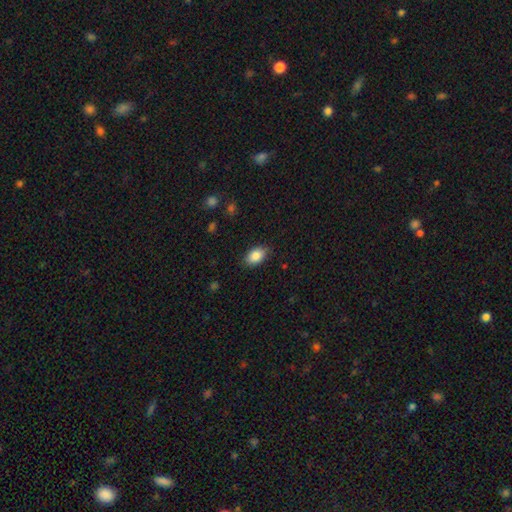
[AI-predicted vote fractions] smooth_or_featured: smooth (p=0.87) [alt: star or artifact p=0.07]
how_rounded: in between (p=0.89) [alt: round p=0.09]
merging: none (p=0.85) [alt: minor disturbance p=0.12]